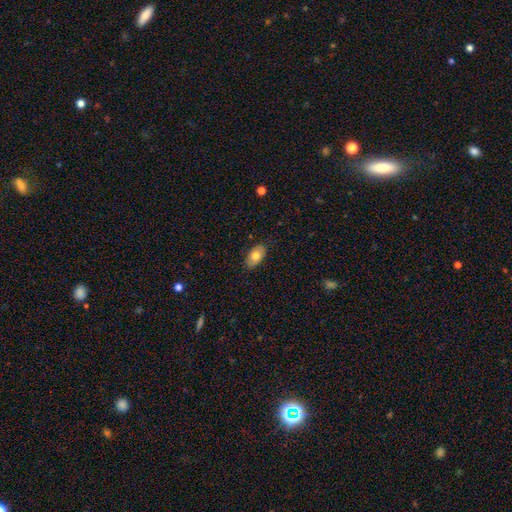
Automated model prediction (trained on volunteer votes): smooth 76%, featured or disk 18%, star or artifact 7%. Down the decision tree: how rounded — in between (93%); merging — none (85%).